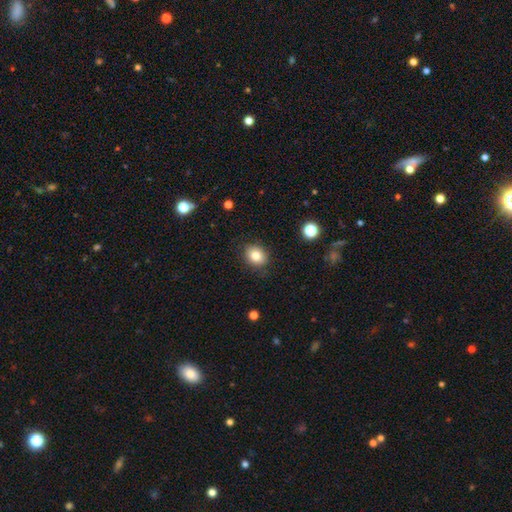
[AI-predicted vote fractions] This appears to be a smooth galaxy with no disk features (82%) that is round (51%). Merging: none (86%).